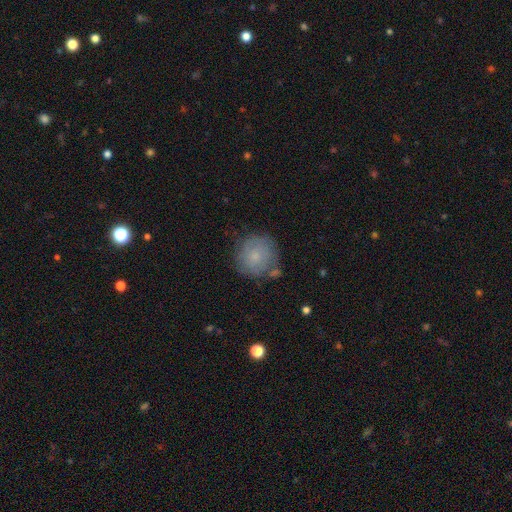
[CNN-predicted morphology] This is likely a smooth galaxy (69%). How rounded: clearly round (91%). Merging: likely none (70%).